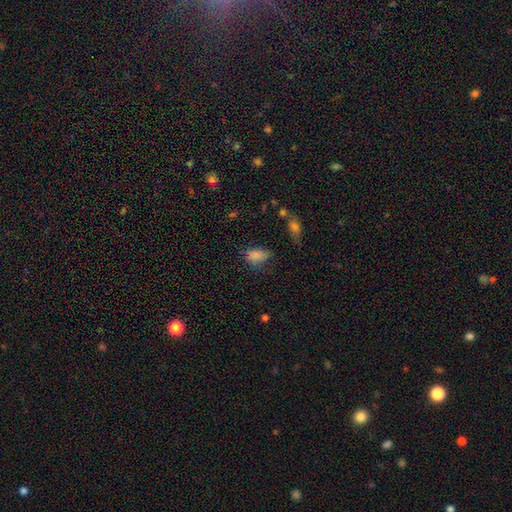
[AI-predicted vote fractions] Morphology: type=smooth (80%); roundness=in between (84%); merging=none (50%).